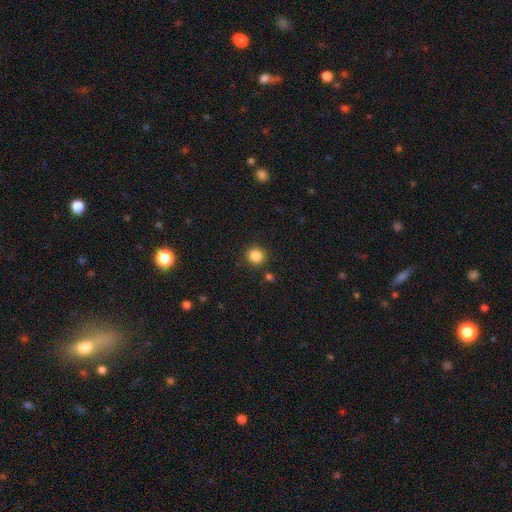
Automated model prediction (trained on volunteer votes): This is clearly a smooth galaxy (85%). How rounded: clearly round (93%). Merging: clearly none (89%).